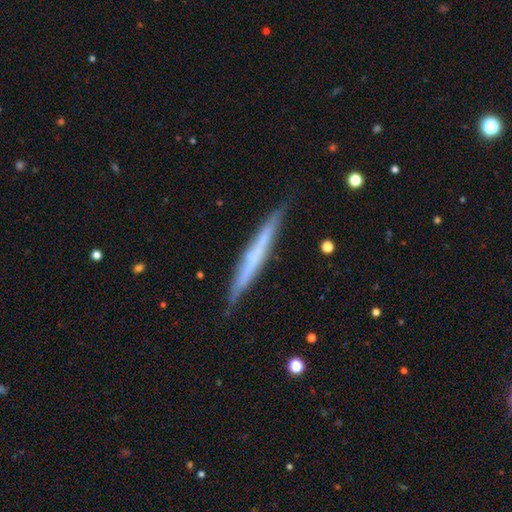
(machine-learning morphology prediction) type=featured or disk (53%); edge-on=yes (96%); edge-on bulge=none (82%); merging=none (87%).